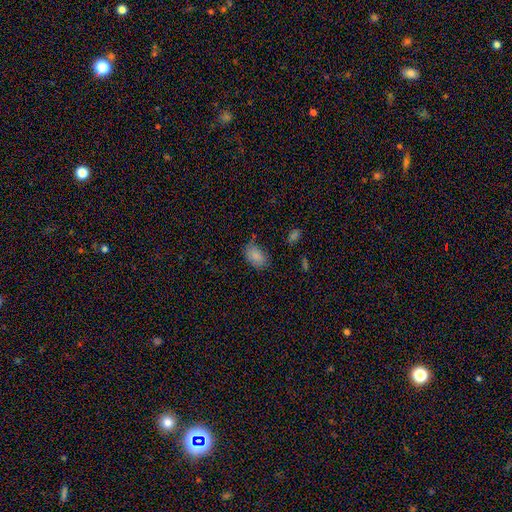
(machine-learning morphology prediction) Q: Smooth or featured?
A: smooth (84%); runner-up: star or artifact (10%)
Q: How rounded?
A: in between (90%); runner-up: round (8%)
Q: Merging?
A: none (65%); runner-up: minor disturbance (26%)